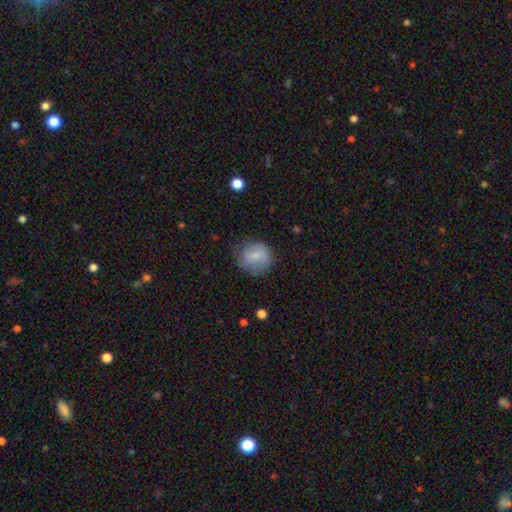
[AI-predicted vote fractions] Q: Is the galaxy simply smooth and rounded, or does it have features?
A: smooth — 73%.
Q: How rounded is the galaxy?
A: round — 81%.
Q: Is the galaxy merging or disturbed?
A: none — 67%.